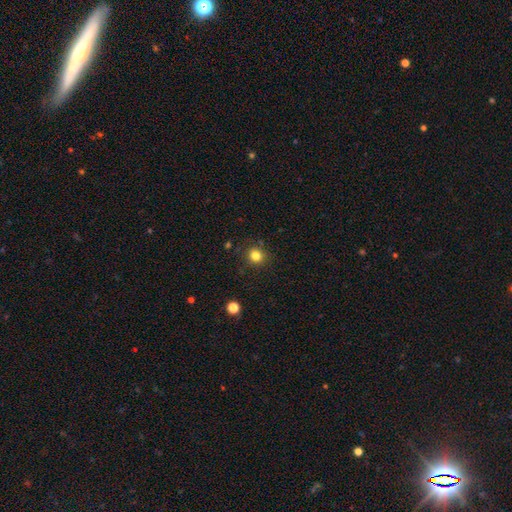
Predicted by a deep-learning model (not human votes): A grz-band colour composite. It shows a smooth galaxy with no disk features (82%) that is round (88%). Merging: none (87%).